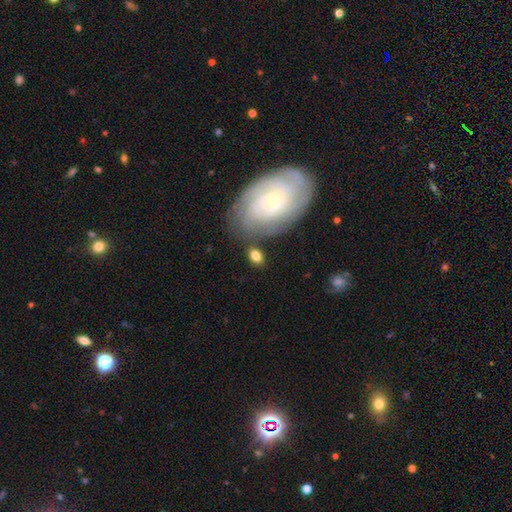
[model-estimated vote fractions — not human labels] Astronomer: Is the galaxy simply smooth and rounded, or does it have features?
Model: smooth — 72%.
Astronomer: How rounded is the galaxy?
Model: in between — 80%.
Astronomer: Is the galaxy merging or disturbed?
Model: none — 71%.